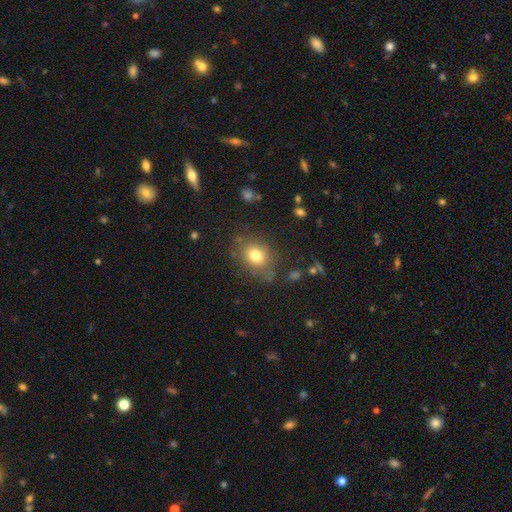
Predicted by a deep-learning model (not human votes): Morphology: type=smooth (78%); roundness=round (53%); merging=none (74%).